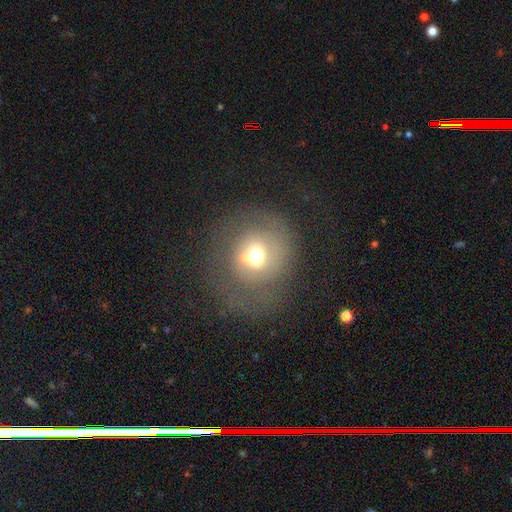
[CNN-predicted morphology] A smooth galaxy with no disk features (49%). Merging: none (49%).